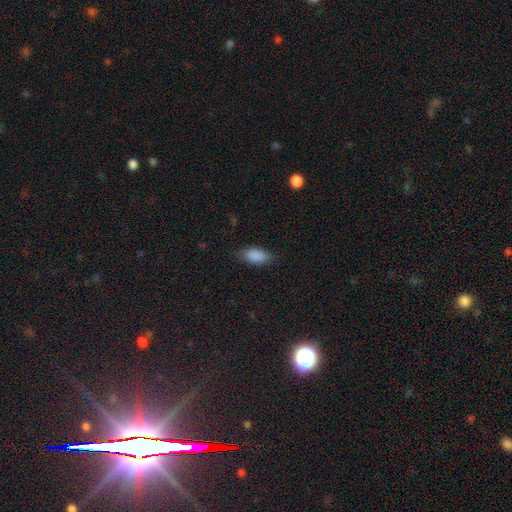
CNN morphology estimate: Smooth or featured?
  - smooth: 88% *
  - star or artifact: 7%
  - featured or disk: 5%
How rounded?
  - in between: 91% *
  - cigar-shaped: 5%
  - round: 4%
Merging?
  - none: 78% *
  - minor disturbance: 17%
  - major disturbance: 4%
  - merger: 1%